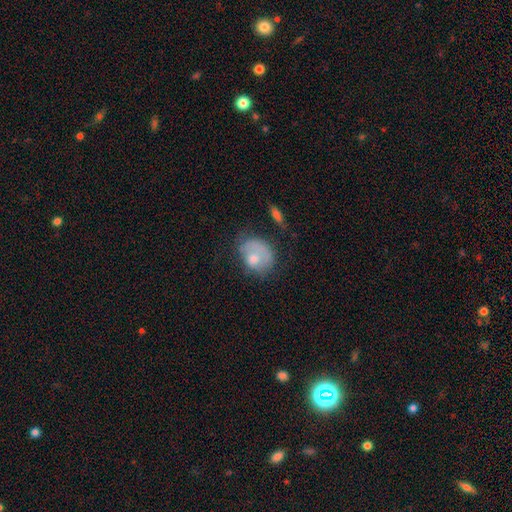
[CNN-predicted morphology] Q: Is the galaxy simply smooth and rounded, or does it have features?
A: smooth — 64%.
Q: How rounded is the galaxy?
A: in between — 51%.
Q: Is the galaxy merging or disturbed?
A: none — 38%.